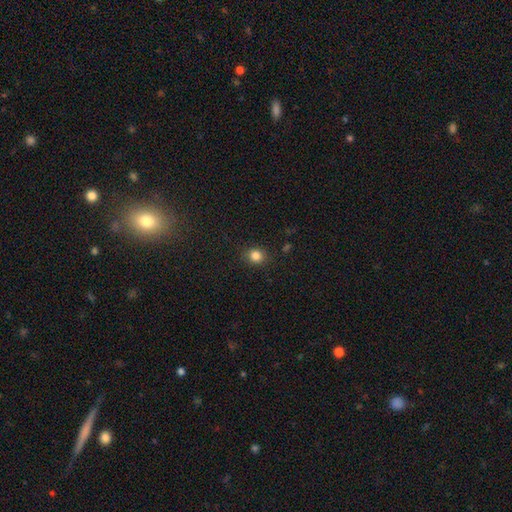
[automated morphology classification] smooth-or-featured: smooth: 83% | star or artifact: 12% | featured or disk: 5%
  how-rounded: round: 75% | in between: 24% | cigar-shaped: 1%
  merging: none: 87% | minor disturbance: 9% | major disturbance: 3% | merger: 1%